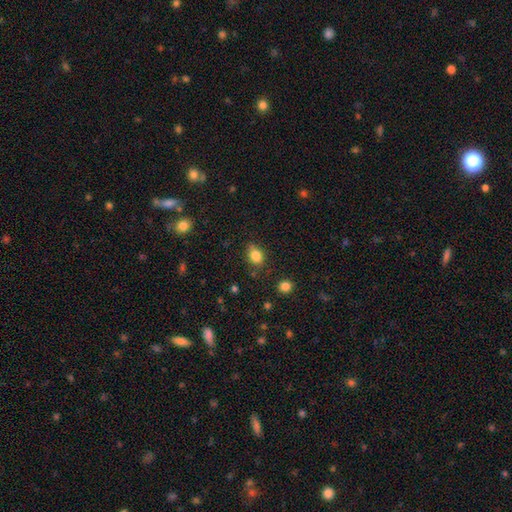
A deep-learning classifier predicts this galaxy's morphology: This appears to be a smooth galaxy with no disk features (84%) that is in between round and cigar-shaped (71%). Merging: none (73%).